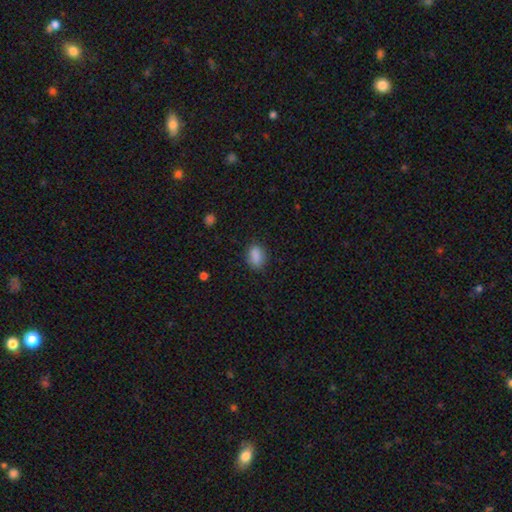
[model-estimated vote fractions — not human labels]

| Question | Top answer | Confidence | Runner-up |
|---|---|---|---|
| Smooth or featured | smooth | 87% | star or artifact (9%) |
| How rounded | in between | 77% | round (22%) |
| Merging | none | 80% | minor disturbance (15%) |